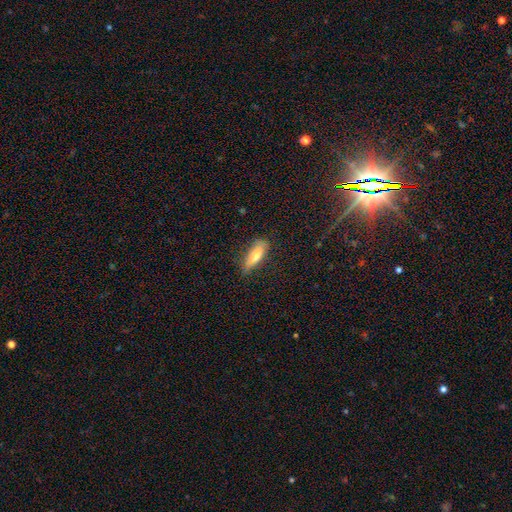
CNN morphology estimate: This appears to be a smooth galaxy with no disk features (72%) that is in between round and cigar-shaped (55%). Merging: none (75%).